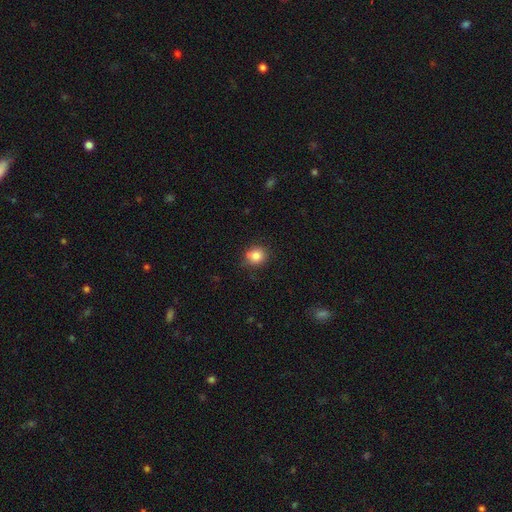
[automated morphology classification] Smooth or featured?
  - smooth: 84% *
  - star or artifact: 10%
  - featured or disk: 6%
How rounded?
  - round: 79% *
  - in between: 20%
  - cigar-shaped: 1%
Merging?
  - none: 80% *
  - minor disturbance: 15%
  - major disturbance: 3%
  - merger: 2%